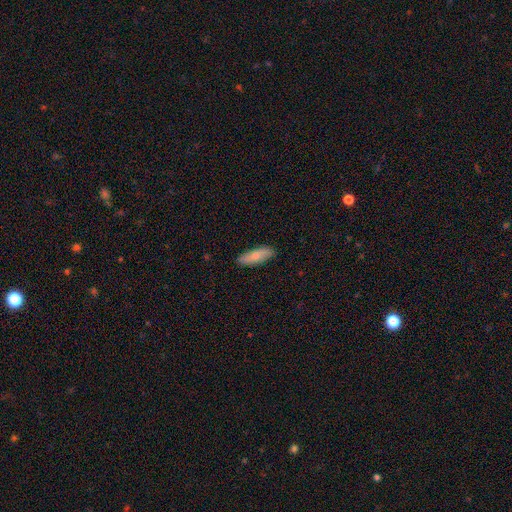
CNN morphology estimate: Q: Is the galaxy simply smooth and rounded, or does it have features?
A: smooth — 79%.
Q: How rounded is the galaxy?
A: in between — 57%.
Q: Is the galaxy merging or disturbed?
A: none — 87%.